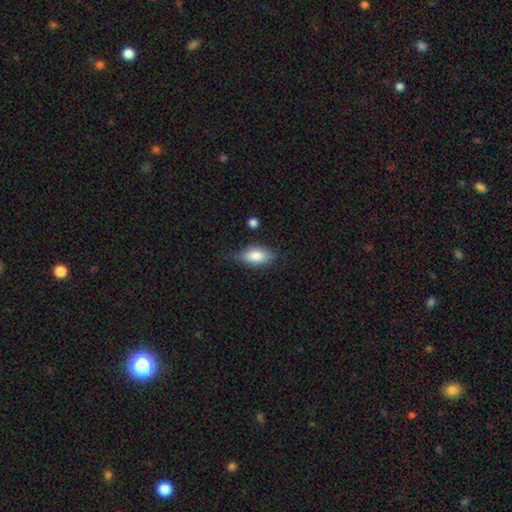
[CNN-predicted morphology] smooth 79%, featured or disk 14%, star or artifact 7%. Down the decision tree: how rounded — in between (86%); merging — none (67%).